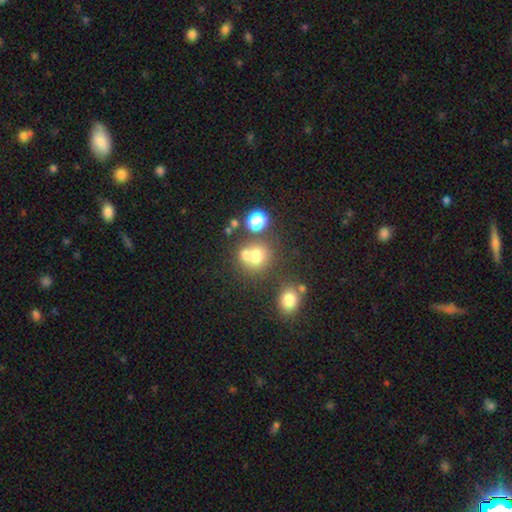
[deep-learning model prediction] This is likely a smooth galaxy (68%). How rounded: clearly round (81%). Merging: possibly none (46%).